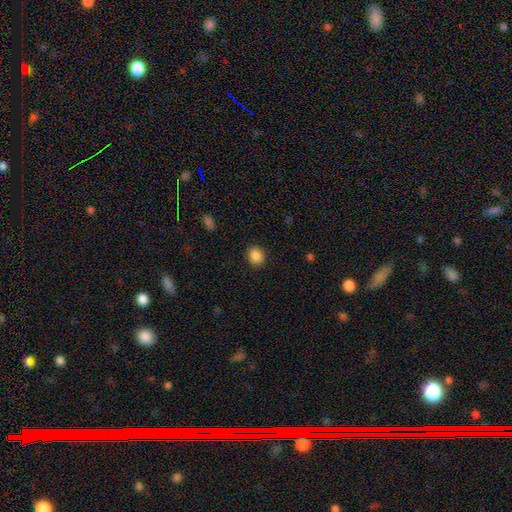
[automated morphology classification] smooth-or-featured: smooth: 87% | star or artifact: 9% | featured or disk: 3%
  how-rounded: round: 68% | in between: 31% | cigar-shaped: 1%
  merging: none: 90% | minor disturbance: 7% | major disturbance: 2% | merger: 1%